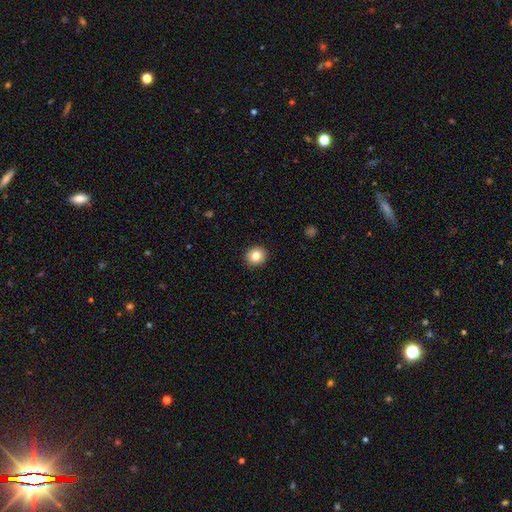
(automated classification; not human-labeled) Smooth or featured: smooth — 82% (star or artifact — 10%)
How rounded: round — 91% (in between — 8%)
Merging: none — 92% (minor disturbance — 5%)